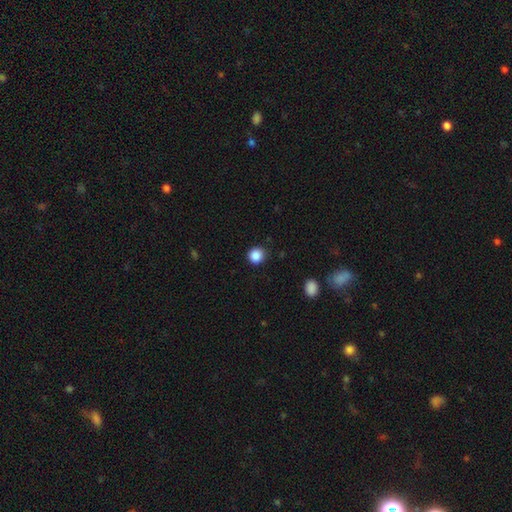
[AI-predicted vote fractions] Overall: smooth (87%). How rounded: round (91%). Merging: none (89%).